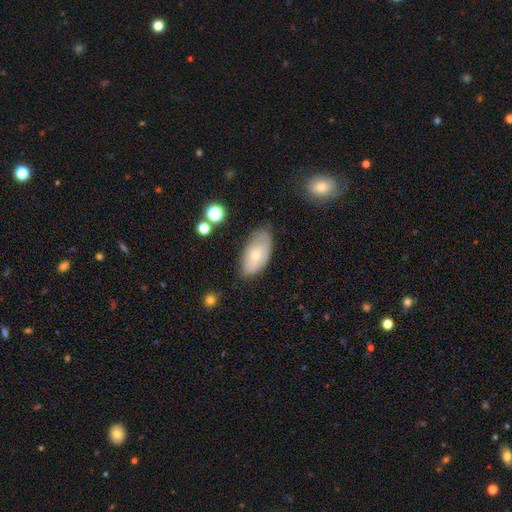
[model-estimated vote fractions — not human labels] Overall: smooth (60%; featured or disk 33%). How rounded: in between (93%). Merging: none (65%; minor disturbance 26%).